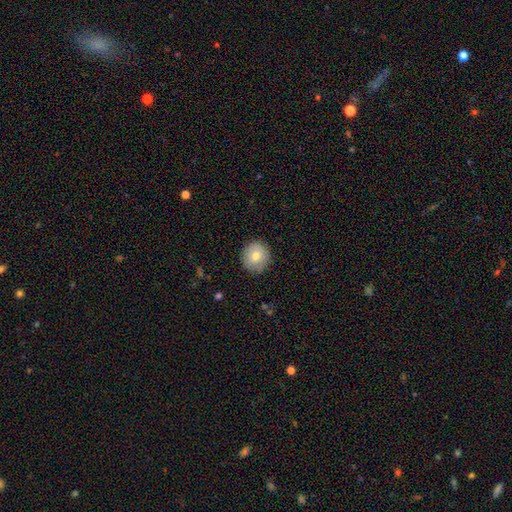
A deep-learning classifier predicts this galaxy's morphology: Smooth or featured? Predicted: smooth (p=0.75). How rounded? Predicted: round (p=0.91). Merging? Predicted: none (p=0.88).